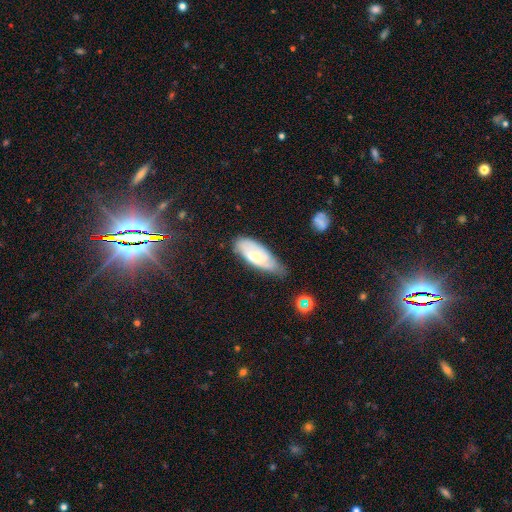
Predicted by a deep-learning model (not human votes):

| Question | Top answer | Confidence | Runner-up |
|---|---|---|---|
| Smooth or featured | featured or disk | 54% | smooth (39%) |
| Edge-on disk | no | 86% | yes (14%) |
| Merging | none | 53% | minor disturbance (36%) |